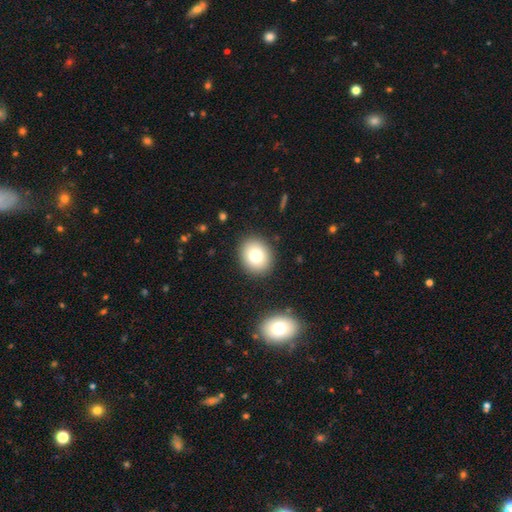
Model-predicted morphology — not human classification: Smooth or featured? Predicted: smooth (p=0.77). How rounded? Predicted: round (p=0.64). Merging? Predicted: none (p=0.89).